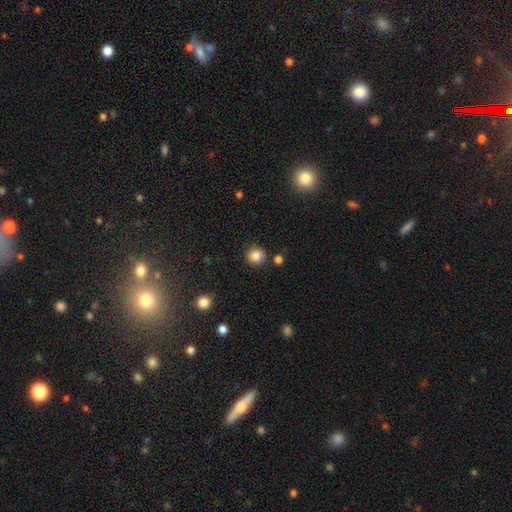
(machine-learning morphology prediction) Q: Smooth or featured?
A: smooth (82%); runner-up: star or artifact (12%)
Q: How rounded?
A: round (91%); runner-up: in between (8%)
Q: Merging?
A: none (79%); runner-up: minor disturbance (12%)